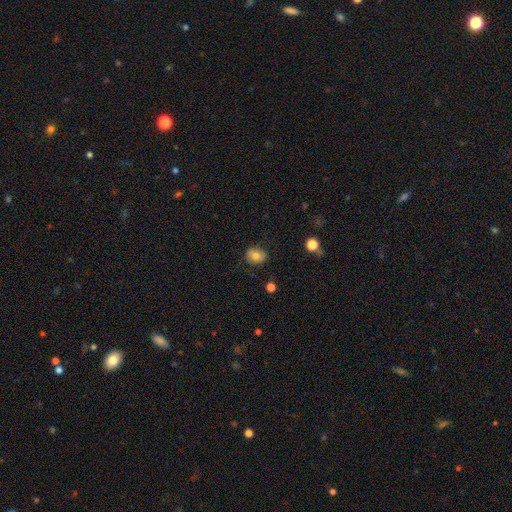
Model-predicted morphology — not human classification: smooth 76%, featured or disk 14%, star or artifact 10%. Down the decision tree: how rounded — round (59%); merging — none (82%).